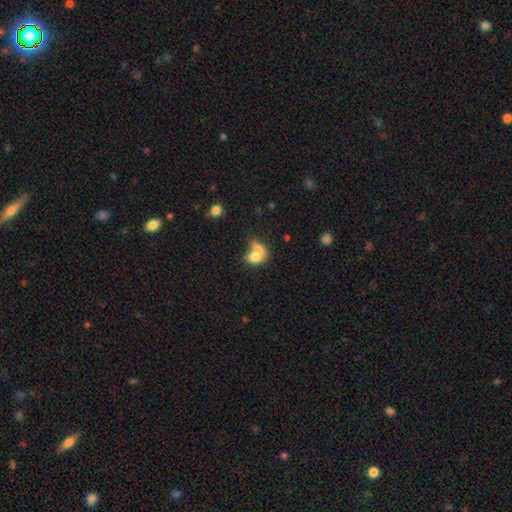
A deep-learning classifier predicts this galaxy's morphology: Smooth or featured? smooth (76%)
How rounded? in between (69%)
Merging? merger (65%)